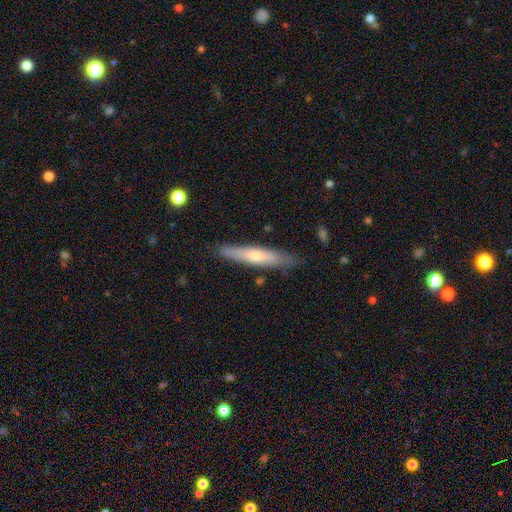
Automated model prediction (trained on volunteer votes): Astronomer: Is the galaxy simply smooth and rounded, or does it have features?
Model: smooth — 53% (runner-up: featured or disk, 42%).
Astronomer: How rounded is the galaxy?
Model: cigar-shaped — 89%.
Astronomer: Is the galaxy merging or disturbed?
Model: none — 85%.